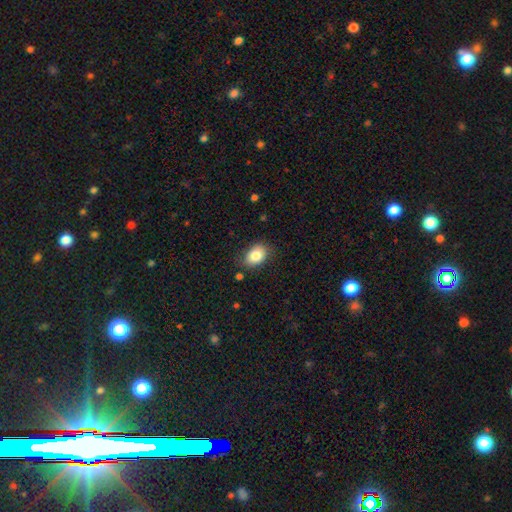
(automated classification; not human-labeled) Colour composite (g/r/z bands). It shows a smooth galaxy with no disk features (83%) that is in between round and cigar-shaped (76%). Merging: none (77%).